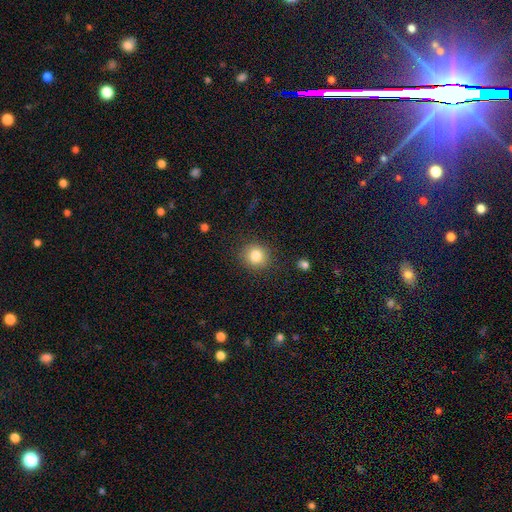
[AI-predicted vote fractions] This appears to be a smooth galaxy with no disk features (83%) that is round (87%). Merging: none (87%).